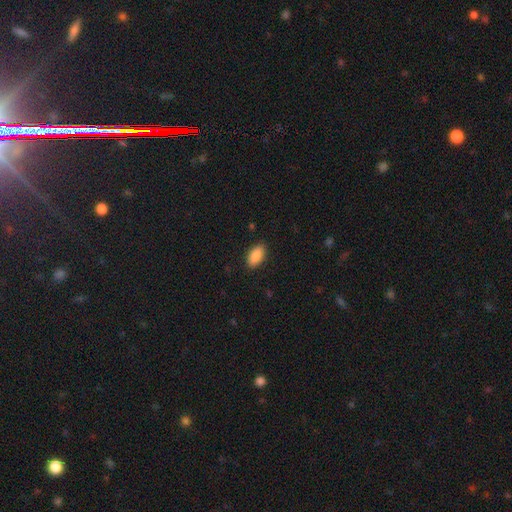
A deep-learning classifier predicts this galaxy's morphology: smooth_or_featured: smooth (p=0.89) [alt: star or artifact p=0.07]
how_rounded: in between (p=0.92) [alt: cigar-shaped p=0.05]
merging: none (p=0.89) [alt: minor disturbance p=0.08]